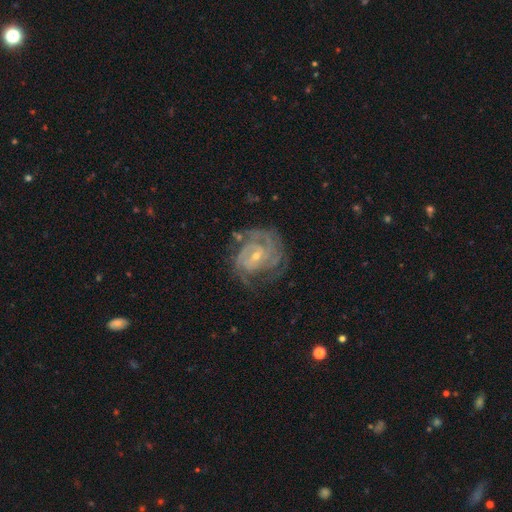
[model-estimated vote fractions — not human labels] smooth-or-featured: featured or disk: 88% | smooth: 6% | star or artifact: 6%
  disk-edge-on: no: 98% | yes: 2%
    bar: no: 47% | weak: 41% | strong: 13%
    has-spiral-arms: yes: 96% | no: 4%
      spiral-winding: tight: 68% | medium: 27% | loose: 5%
      spiral-arm-count: 2: 28% | can't tell: 25% | 3: 25% | 4: 11% | 1: 6% | more than 4: 6%
    bulge-size: small: 68% | moderate: 29% | none: 1% | large: 1% | dominant: 1%
  merging: none: 64% | minor disturbance: 21% | major disturbance: 13% | merger: 2%